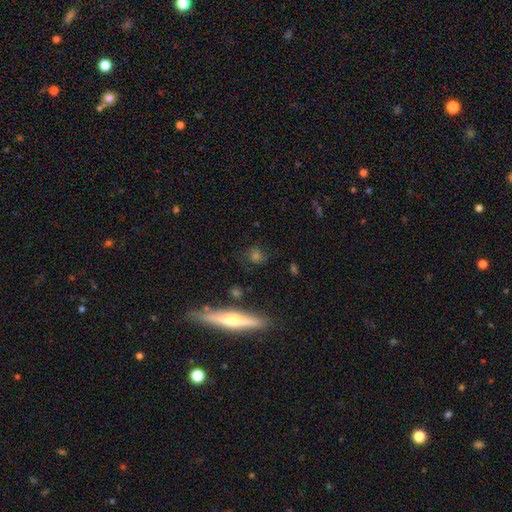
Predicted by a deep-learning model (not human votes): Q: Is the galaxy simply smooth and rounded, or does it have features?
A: smooth — 47%.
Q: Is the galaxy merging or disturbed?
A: none — 77%.